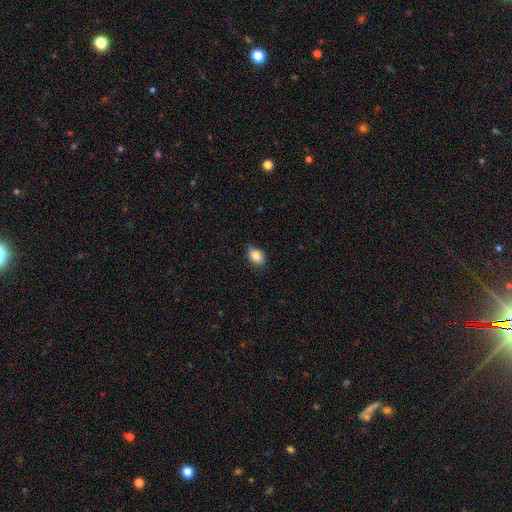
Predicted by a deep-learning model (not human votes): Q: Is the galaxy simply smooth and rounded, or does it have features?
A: smooth — 83%.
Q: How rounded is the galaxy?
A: in between — 82%.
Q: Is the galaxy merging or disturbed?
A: none — 75%.